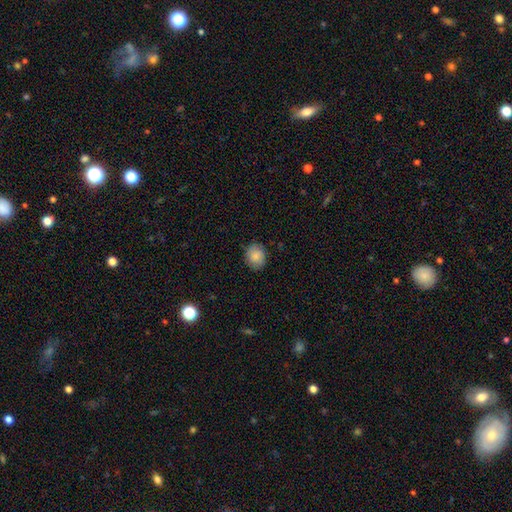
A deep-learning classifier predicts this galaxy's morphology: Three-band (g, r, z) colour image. It shows a smooth galaxy with no disk features (85%) that is round (62%). Merging: none (84%).